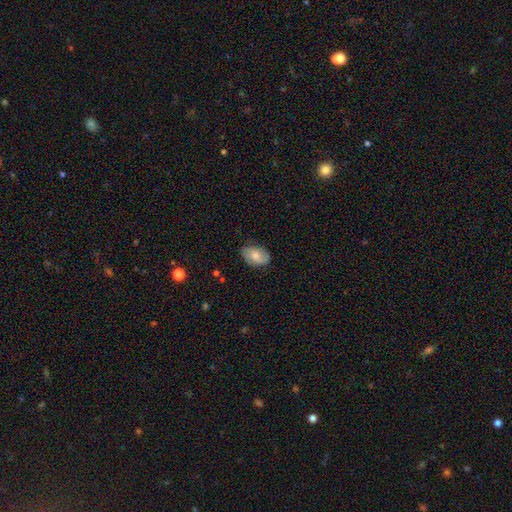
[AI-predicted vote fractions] smooth 71%, featured or disk 22%, star or artifact 7%. Down the decision tree: how rounded — in between (89%); merging — none (74%).